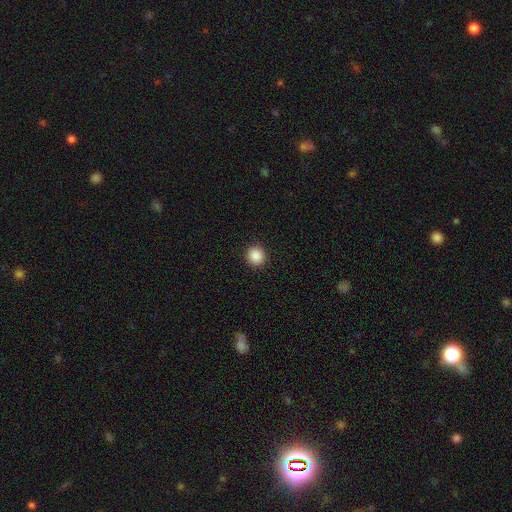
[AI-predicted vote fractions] smooth-or-featured: smooth: 88% | star or artifact: 9% | featured or disk: 3%
  how-rounded: round: 91% | in between: 9% | cigar-shaped: 1%
  merging: none: 92% | minor disturbance: 5% | major disturbance: 2% | merger: 1%